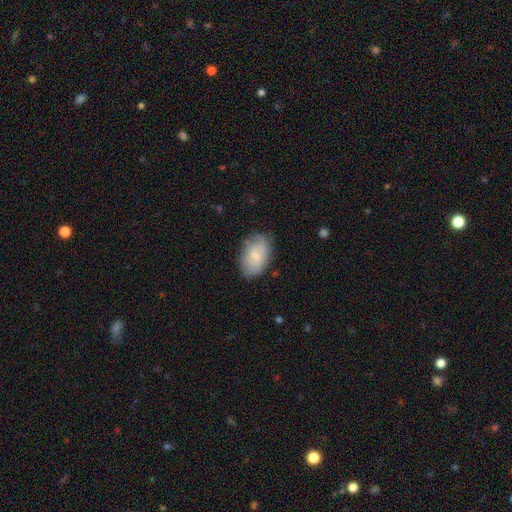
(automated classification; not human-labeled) Smooth or featured? smooth (73%)
How rounded? in between (91%)
Merging? none (72%)